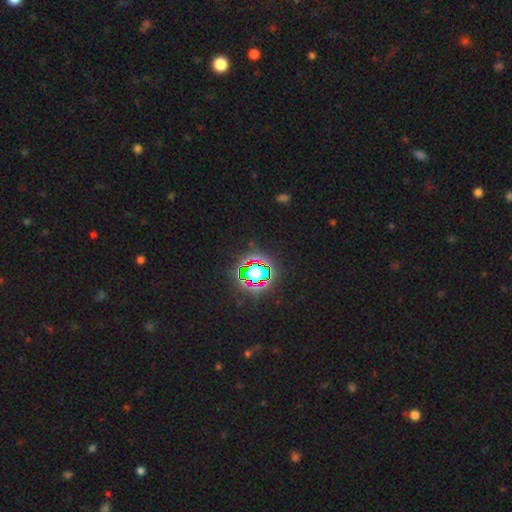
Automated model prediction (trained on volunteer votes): This appears to be a star or artifact, not a galaxy (82%).